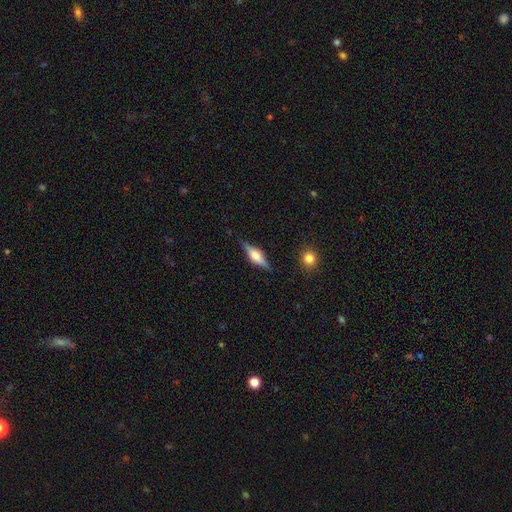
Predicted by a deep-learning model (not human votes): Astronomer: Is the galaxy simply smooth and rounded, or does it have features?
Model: featured or disk — 67%.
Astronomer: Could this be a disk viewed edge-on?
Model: yes — 96%.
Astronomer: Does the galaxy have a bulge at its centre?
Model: rounded — 77%.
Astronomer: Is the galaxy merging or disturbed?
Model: none — 85%.